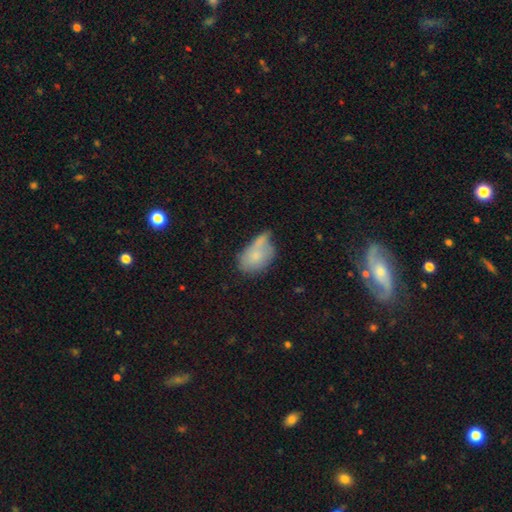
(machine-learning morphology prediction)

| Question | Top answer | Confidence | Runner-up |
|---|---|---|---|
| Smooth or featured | smooth | 74% | featured or disk (18%) |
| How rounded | in between | 85% | round (14%) |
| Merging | none | 31% | minor disturbance (29%) |